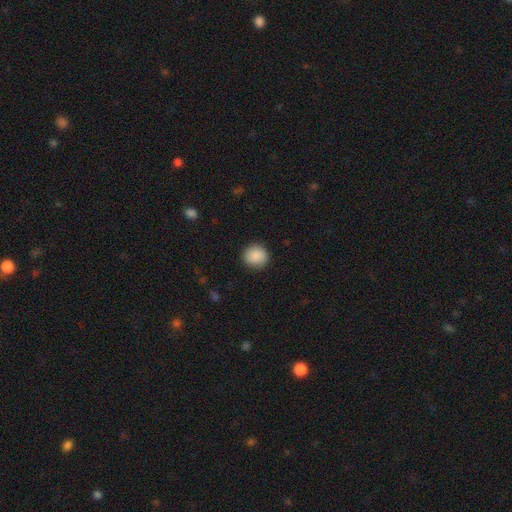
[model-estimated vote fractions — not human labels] This appears to be a smooth galaxy with no disk features (89%) that is round (89%). Merging: none (90%).